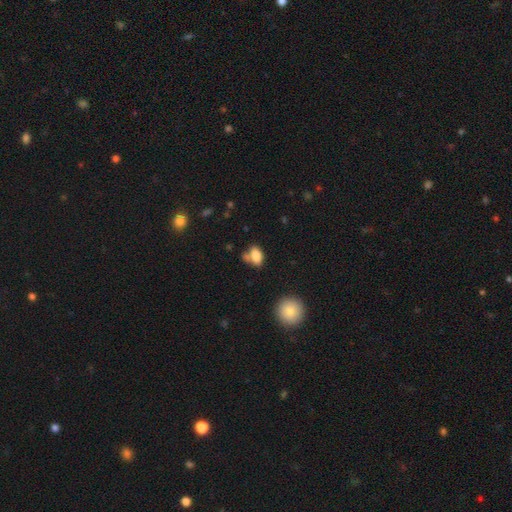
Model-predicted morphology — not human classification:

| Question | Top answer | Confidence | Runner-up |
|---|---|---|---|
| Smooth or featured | smooth | 83% | star or artifact (9%) |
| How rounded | in between | 86% | round (11%) |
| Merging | none | 53% | merger (23%) |